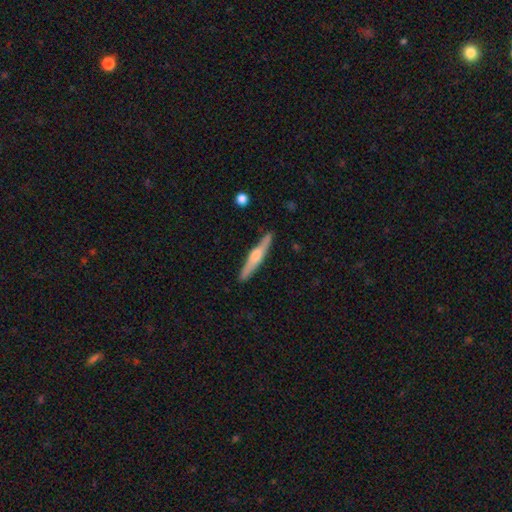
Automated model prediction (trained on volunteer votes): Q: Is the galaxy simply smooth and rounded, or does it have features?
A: featured or disk — 62%.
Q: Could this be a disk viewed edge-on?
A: yes — 97%.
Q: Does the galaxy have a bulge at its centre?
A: rounded — 85%.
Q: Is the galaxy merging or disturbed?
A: none — 89%.